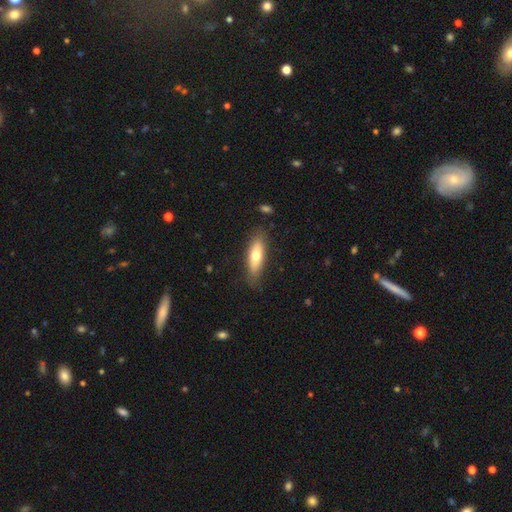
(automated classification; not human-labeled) Smooth or featured? Predicted: smooth (p=0.66). How rounded? Predicted: in between (p=0.52). Merging? Predicted: none (p=0.81).